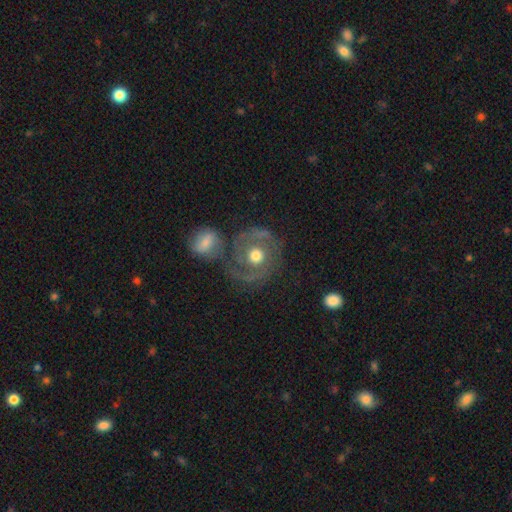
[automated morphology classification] Smooth or featured? Predicted: featured or disk (p=0.77). Edge-on disk? Predicted: no (p=0.97). Bar? Predicted: no (p=0.79). Spiral arms? Predicted: yes (p=0.84). Spiral winding? Predicted: tight (p=0.46). Spiral arm count? Predicted: 2 (p=0.75). Bulge size? Predicted: moderate (p=0.72). Merging? Predicted: none (p=0.59).